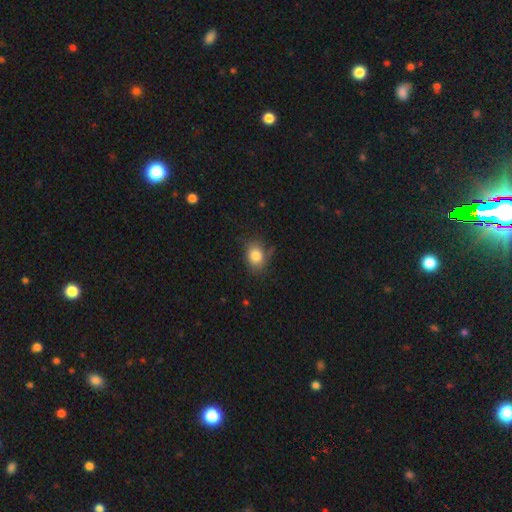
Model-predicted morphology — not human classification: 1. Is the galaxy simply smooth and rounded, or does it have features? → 82% smooth, 10% star or artifact, 8% featured or disk.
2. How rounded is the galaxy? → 59% in between, 40% round, 1% cigar-shaped.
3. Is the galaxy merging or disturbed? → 69% none, 22% minor disturbance, 6% major disturbance, 3% merger.